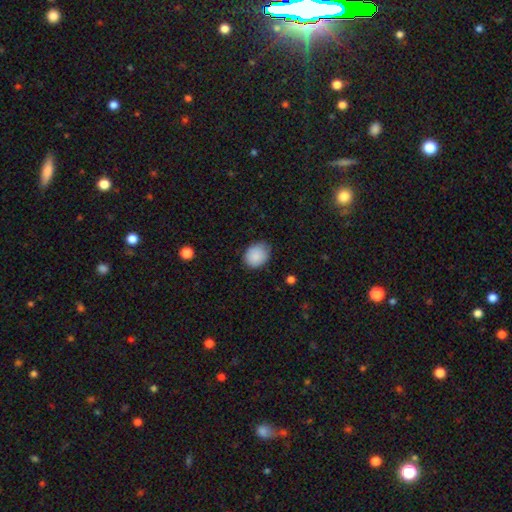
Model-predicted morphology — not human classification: Smooth or featured? Predicted: smooth (p=0.87). How rounded? Predicted: round (p=0.53). Merging? Predicted: none (p=0.69).